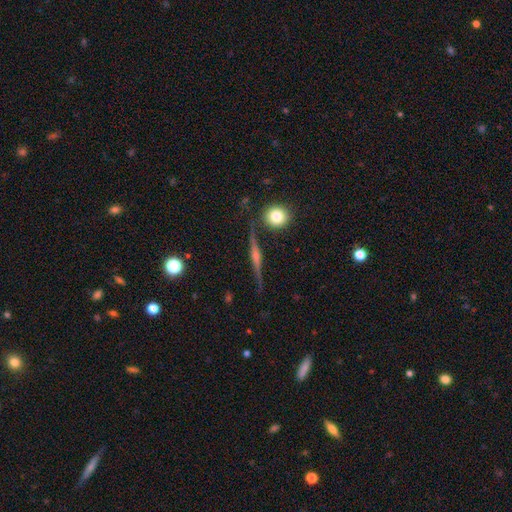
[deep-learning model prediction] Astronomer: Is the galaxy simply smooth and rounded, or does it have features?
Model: featured or disk — 79%.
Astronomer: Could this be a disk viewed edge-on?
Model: yes — 96%.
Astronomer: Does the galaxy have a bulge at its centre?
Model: rounded — 79%.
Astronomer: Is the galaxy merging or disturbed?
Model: none — 85%.